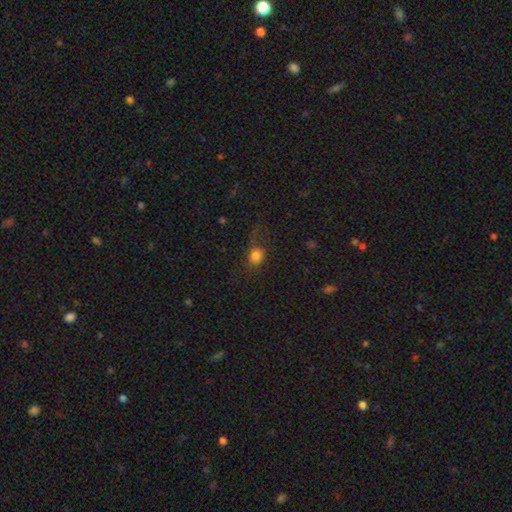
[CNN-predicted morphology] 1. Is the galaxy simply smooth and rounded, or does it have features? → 78% smooth, 13% star or artifact, 9% featured or disk.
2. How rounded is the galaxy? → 69% round, 29% in between, 2% cigar-shaped.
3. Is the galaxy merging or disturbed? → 55% none, 22% minor disturbance, 21% major disturbance, 3% merger.